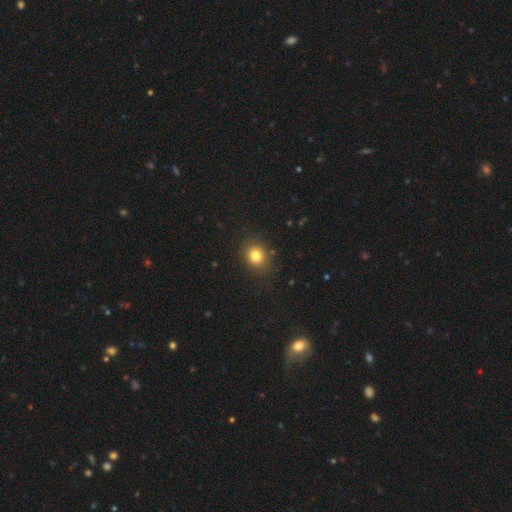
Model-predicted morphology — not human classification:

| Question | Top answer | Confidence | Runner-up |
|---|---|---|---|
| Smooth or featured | smooth | 81% | star or artifact (12%) |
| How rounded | round | 72% | in between (27%) |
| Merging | none | 86% | minor disturbance (10%) |